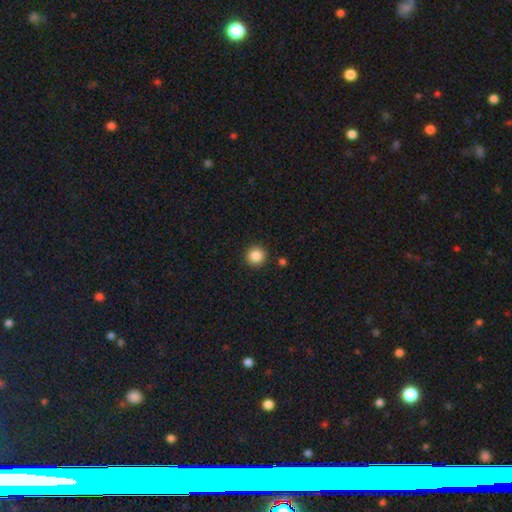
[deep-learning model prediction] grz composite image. It shows a smooth galaxy with no disk features (87%) that is round (94%). Merging: none (91%).